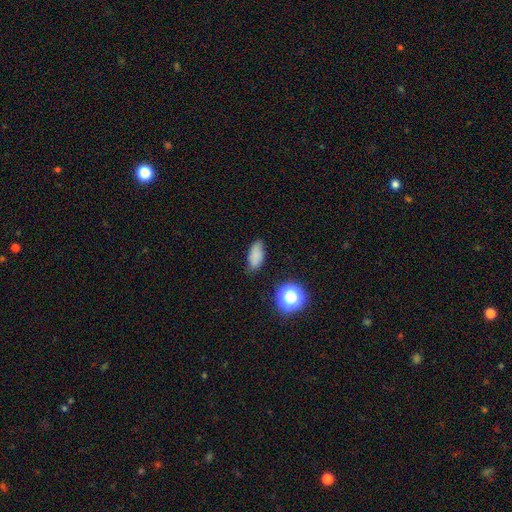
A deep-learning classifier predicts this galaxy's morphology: This is likely a smooth galaxy (78%). How rounded: clearly in between (83%). Merging: likely none (74%).